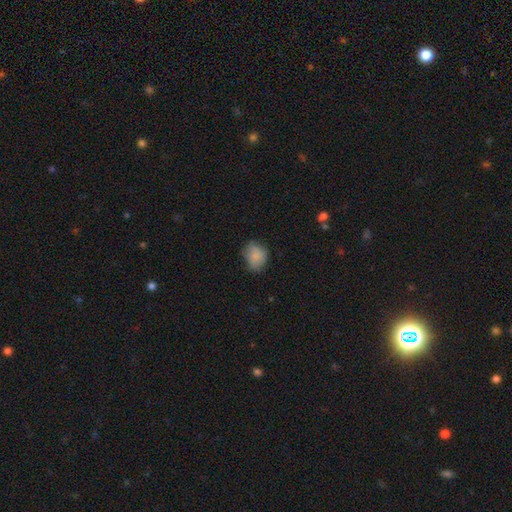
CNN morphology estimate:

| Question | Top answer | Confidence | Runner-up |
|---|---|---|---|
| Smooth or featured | smooth | 83% | star or artifact (9%) |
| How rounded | round | 55% | in between (44%) |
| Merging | none | 66% | minor disturbance (26%) |